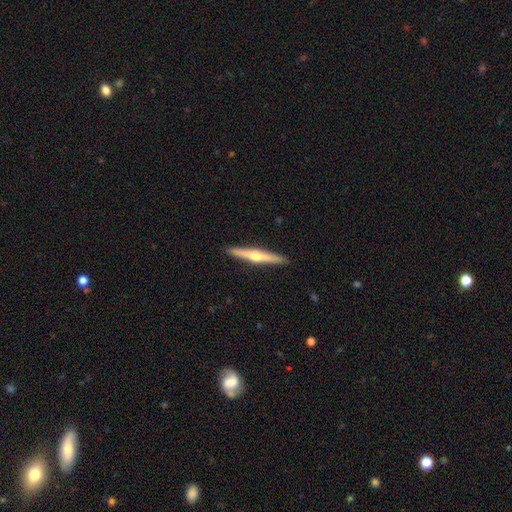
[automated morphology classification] type=featured or disk (66%); edge-on=yes (98%); edge-on bulge=rounded (91%); merging=none (92%).